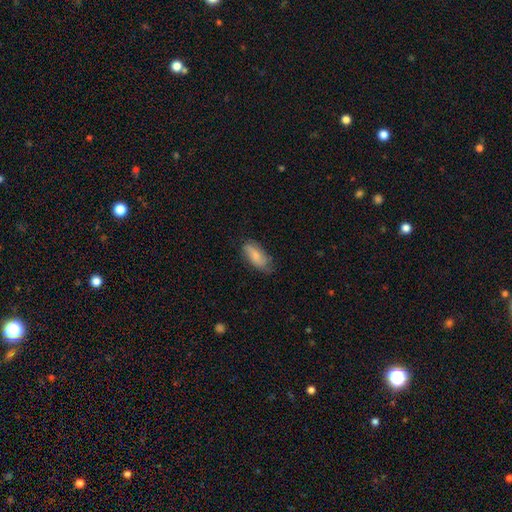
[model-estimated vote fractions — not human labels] Smooth or featured? Predicted: smooth (p=0.71). How rounded? Predicted: in between (p=0.84). Merging? Predicted: none (p=0.61).